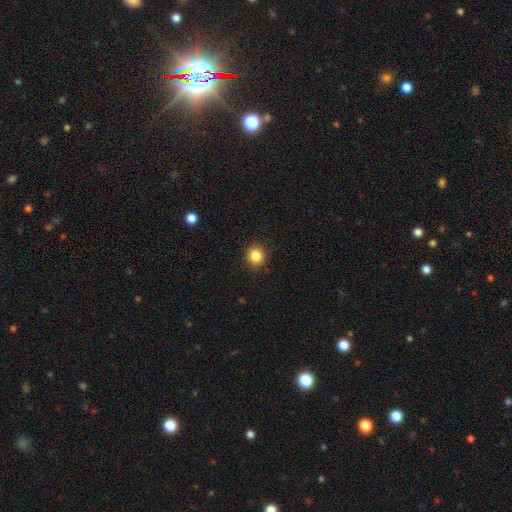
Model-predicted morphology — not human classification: Overall: smooth (86%). How rounded: round (86%). Merging: none (89%).